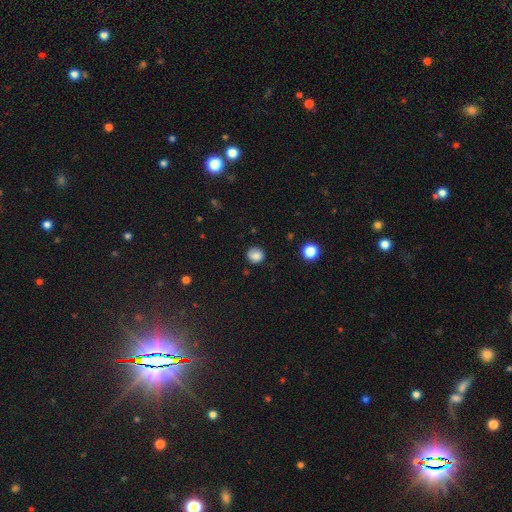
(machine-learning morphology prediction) smooth 82%, star or artifact 11%, featured or disk 7%. Down the decision tree: how rounded — round (84%); merging — none (77%).